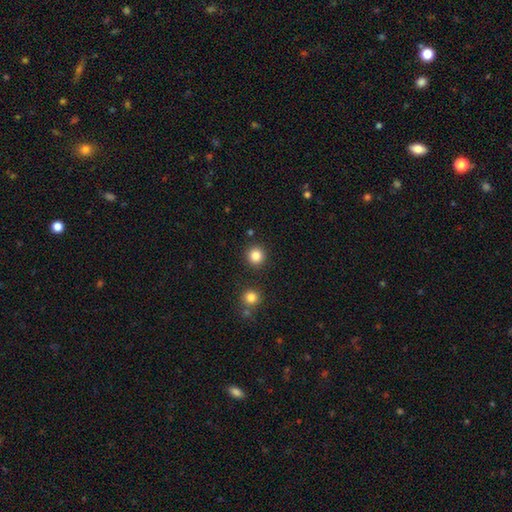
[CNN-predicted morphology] smooth_or_featured: smooth (p=0.85) [alt: star or artifact p=0.11]
how_rounded: round (p=0.94) [alt: in between p=0.05]
merging: none (p=0.90) [alt: minor disturbance p=0.05]